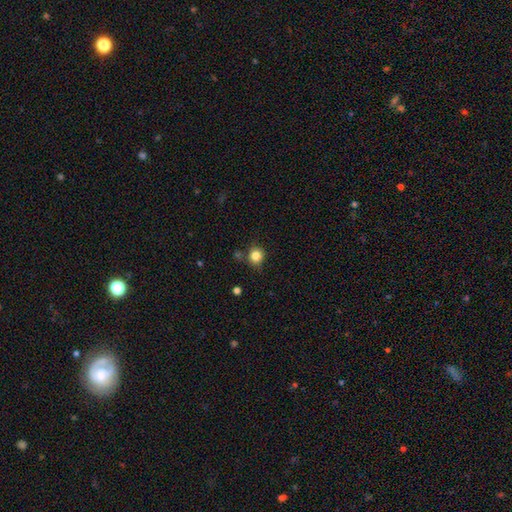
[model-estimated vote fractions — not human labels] Smooth or featured? smooth (83%)
How rounded? round (89%)
Merging? none (78%)